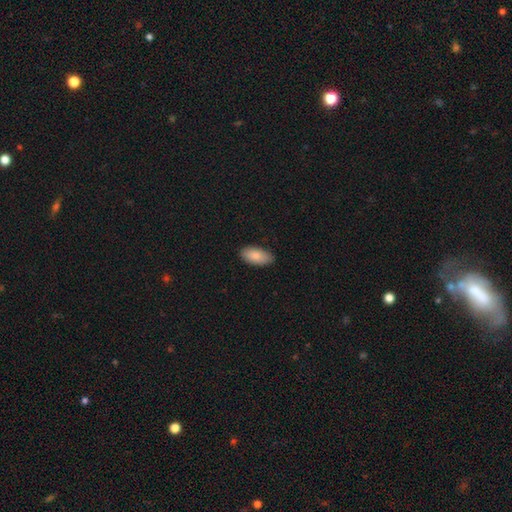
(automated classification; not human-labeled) A smooth galaxy with no disk features (86%) that is in between round and cigar-shaped (93%).

Vote fractions:
- Smooth or featured? smooth: 86% / featured or disk: 8% / star or artifact: 6%
- How rounded? in between: 93% / cigar-shaped: 5% / round: 2%
- Merging? none: 84% / minor disturbance: 13% / major disturbance: 2% / merger: 1%